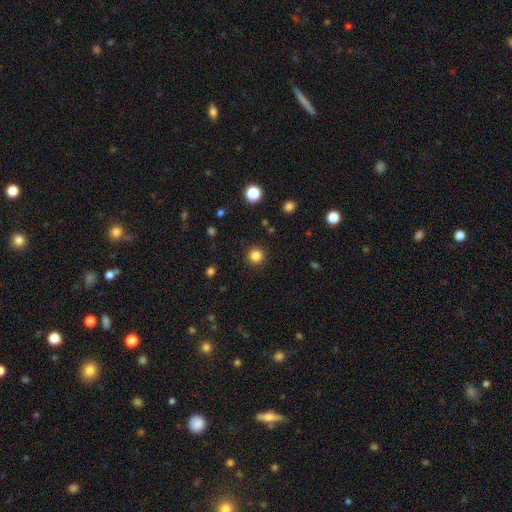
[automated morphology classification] smooth 84%, star or artifact 12%, featured or disk 4%. Down the decision tree: how rounded — round (95%); merging — none (92%).